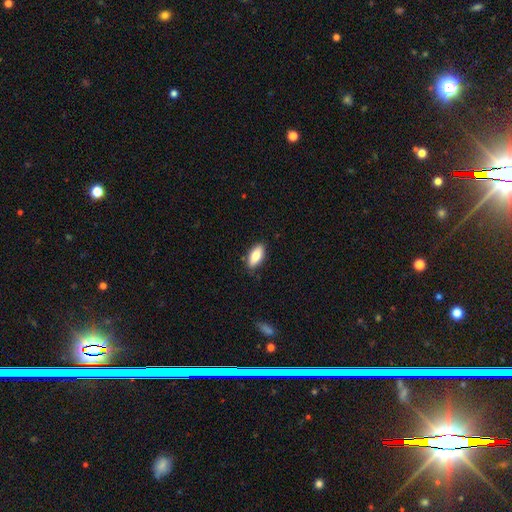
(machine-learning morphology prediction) smooth-or-featured: smooth: 81% | featured or disk: 12% | star or artifact: 7%
  how-rounded: in between: 83% | cigar-shaped: 15% | round: 2%
  merging: none: 85% | minor disturbance: 12% | major disturbance: 2% | merger: 1%